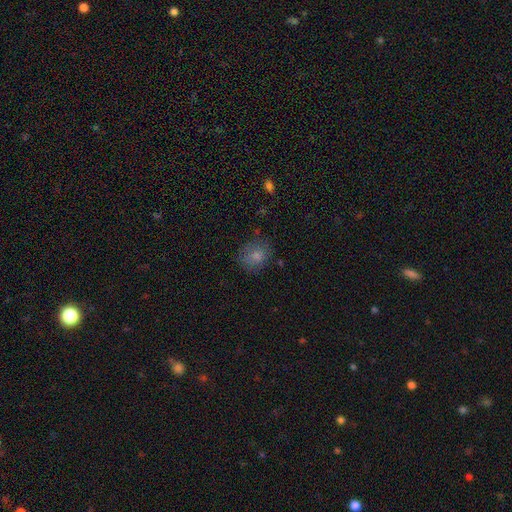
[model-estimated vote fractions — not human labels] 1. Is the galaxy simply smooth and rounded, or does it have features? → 80% smooth, 10% star or artifact, 9% featured or disk.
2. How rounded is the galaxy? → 67% round, 32% in between, 1% cigar-shaped.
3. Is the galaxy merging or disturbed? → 74% none, 18% minor disturbance, 6% major disturbance, 2% merger.